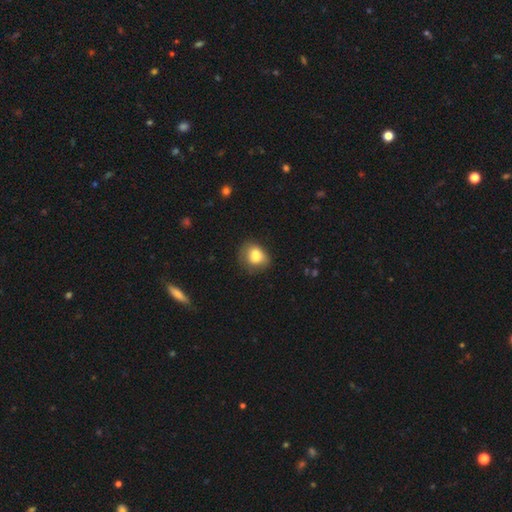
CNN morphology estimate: Q: Smooth or featured?
A: smooth (75%); runner-up: featured or disk (16%)
Q: How rounded?
A: round (52%); runner-up: in between (46%)
Q: Merging?
A: none (44%); runner-up: minor disturbance (25%)